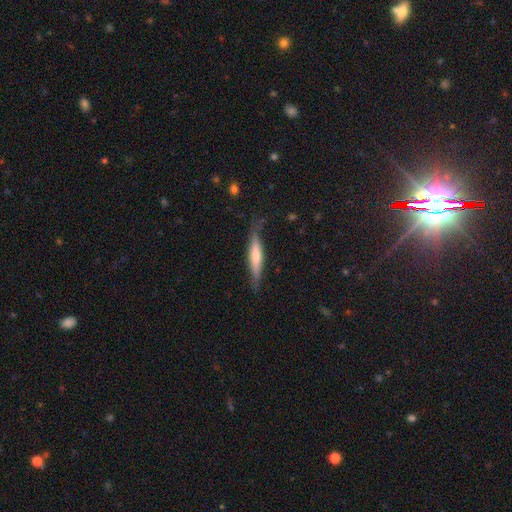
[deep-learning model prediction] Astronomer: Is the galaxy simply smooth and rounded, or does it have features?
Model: smooth — 48% (runner-up: featured or disk, 46%).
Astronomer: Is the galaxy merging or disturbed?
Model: none — 75%.